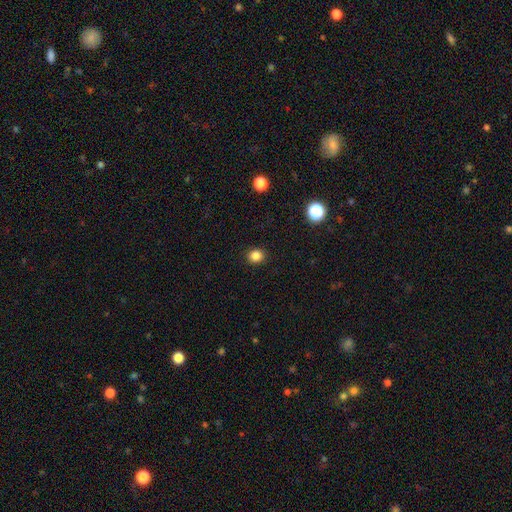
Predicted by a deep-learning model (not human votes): Smooth or featured? Predicted: smooth (p=0.84). How rounded? Predicted: round (p=0.82). Merging? Predicted: none (p=0.91).